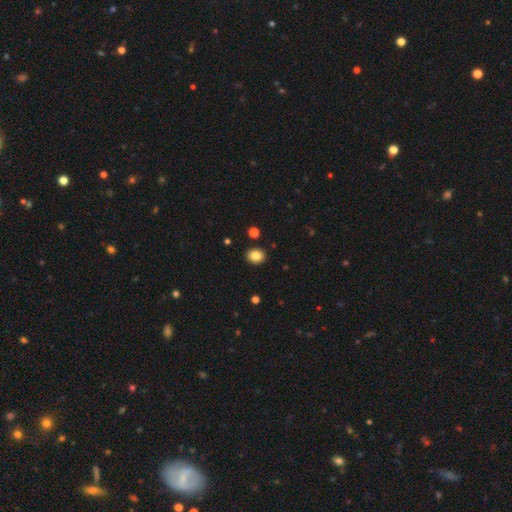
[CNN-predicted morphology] smooth_or_featured: smooth (p=0.85) [alt: star or artifact p=0.10]
how_rounded: round (p=0.52) [alt: in between p=0.47]
merging: none (p=0.89) [alt: minor disturbance p=0.07]